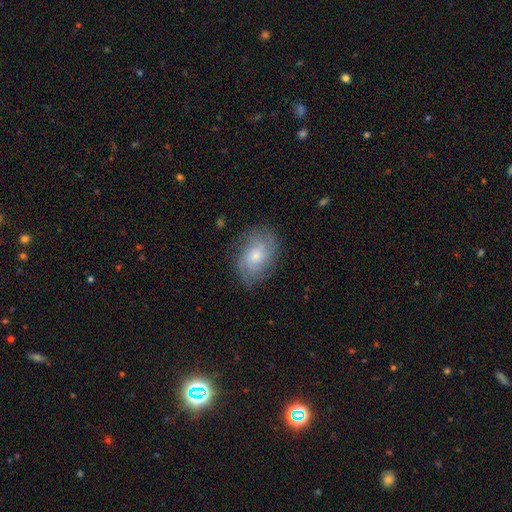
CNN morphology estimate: Smooth or featured?
  - featured or disk: 67% *
  - smooth: 25%
  - star or artifact: 8%
Edge-on disk?
  - no: 96% *
  - yes: 4%
Bar?
  - no: 72% *
  - weak: 25%
  - strong: 3%
Spiral arms?
  - yes: 92% *
  - no: 8%
Spiral winding?
  - tight: 52% *
  - medium: 36%
  - loose: 12%
Spiral arm count?
  - can't tell: 37% *
  - 2: 25%
  - 3: 19%
  - 4: 9%
  - 1: 5%
  - more than 4: 5%
Bulge size?
  - small: 48% *
  - moderate: 43%
  - large: 4%
  - none: 3%
  - dominant: 1%
Merging?
  - none: 77% *
  - minor disturbance: 16%
  - major disturbance: 6%
  - merger: 1%